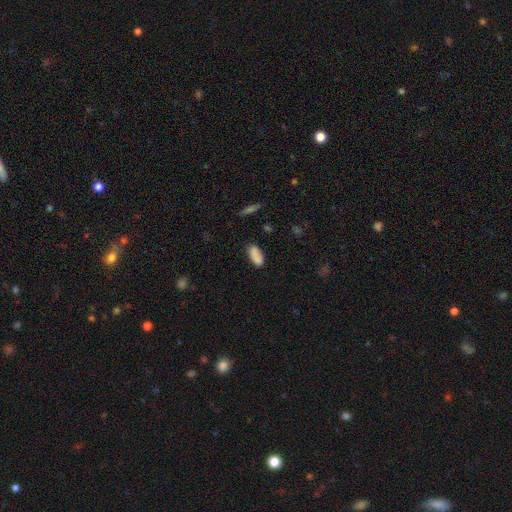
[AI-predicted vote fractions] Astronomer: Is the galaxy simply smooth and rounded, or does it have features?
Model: smooth — 86%.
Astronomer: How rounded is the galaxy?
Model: in between — 89%.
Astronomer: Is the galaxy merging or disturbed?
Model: none — 78%.